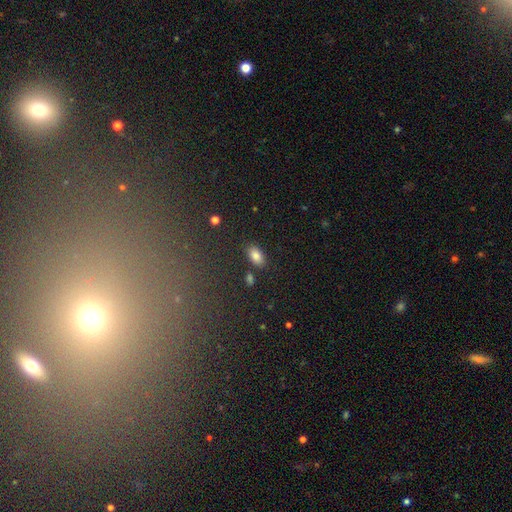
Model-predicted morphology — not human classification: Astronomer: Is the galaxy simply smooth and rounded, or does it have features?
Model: smooth — 84%.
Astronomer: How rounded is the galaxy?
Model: in between — 92%.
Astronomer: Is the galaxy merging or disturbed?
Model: none — 84%.